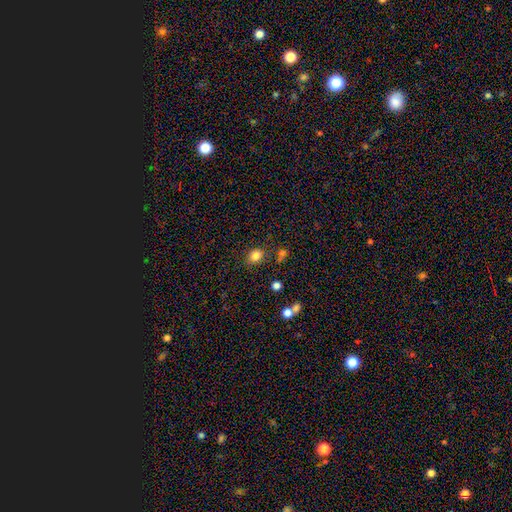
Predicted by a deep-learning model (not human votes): Overall: smooth (82%). How rounded: round (50%; in between 49%). Merging: none (78%).